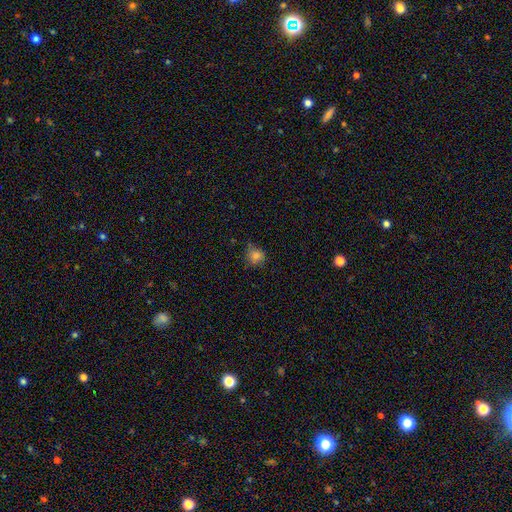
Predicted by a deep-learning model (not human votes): Morphology: type=smooth (81%); roundness=round (82%); merging=none (70%).